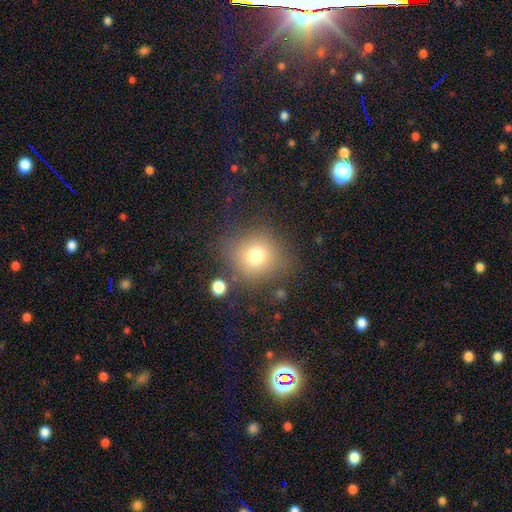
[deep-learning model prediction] smooth 73%, star or artifact 15%, featured or disk 12%. Down the decision tree: how rounded — round (85%); merging — none (72%).